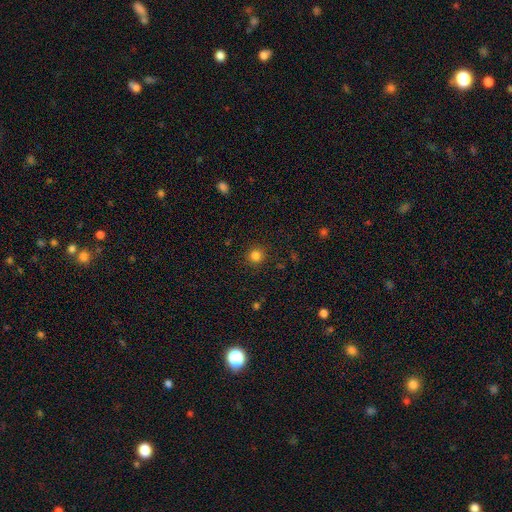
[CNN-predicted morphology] Smooth or featured? smooth (83%)
How rounded? round (93%)
Merging? none (91%)